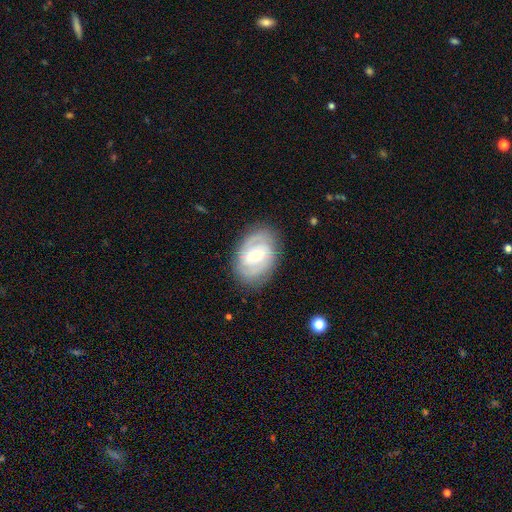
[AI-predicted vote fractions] Morphology: type=featured or disk (76%); edge-on=no (96%); bar=weak (51%); spiral arms=yes (85%); winding=tight (57%); arm count=2 (61%); bulge=moderate (63%); merging=none (81%).